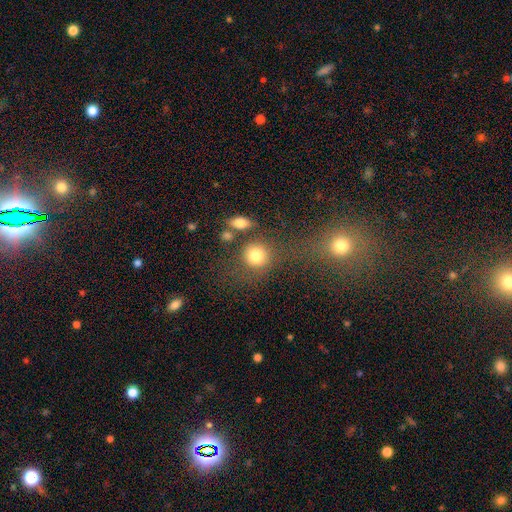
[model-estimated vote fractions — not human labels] Smooth or featured? smooth (79%)
How rounded? round (84%)
Merging? none (55%)